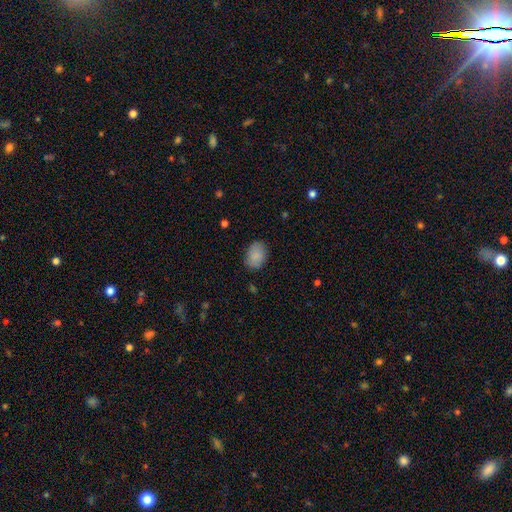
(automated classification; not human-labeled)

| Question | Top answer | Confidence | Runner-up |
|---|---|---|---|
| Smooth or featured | smooth | 87% | star or artifact (7%) |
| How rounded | in between | 72% | round (27%) |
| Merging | none | 81% | minor disturbance (14%) |